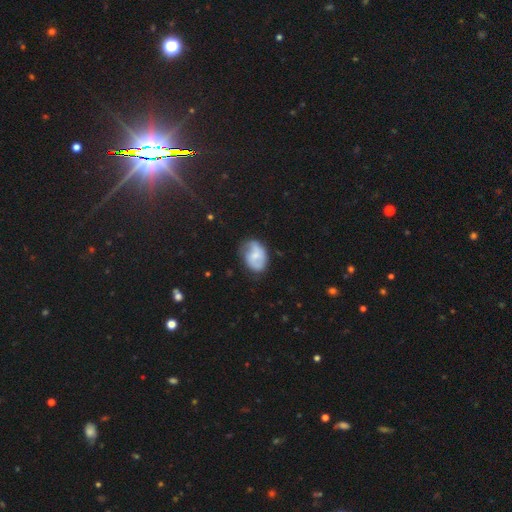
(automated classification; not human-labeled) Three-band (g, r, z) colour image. It shows a featured or disk galaxy (47%). Merging: none (59%).